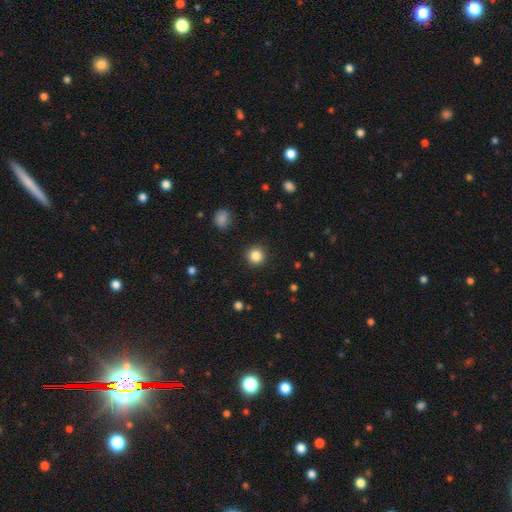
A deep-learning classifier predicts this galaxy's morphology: smooth_or_featured: smooth (p=0.84) [alt: star or artifact p=0.11]
how_rounded: round (p=0.95) [alt: in between p=0.04]
merging: none (p=0.92) [alt: minor disturbance p=0.05]